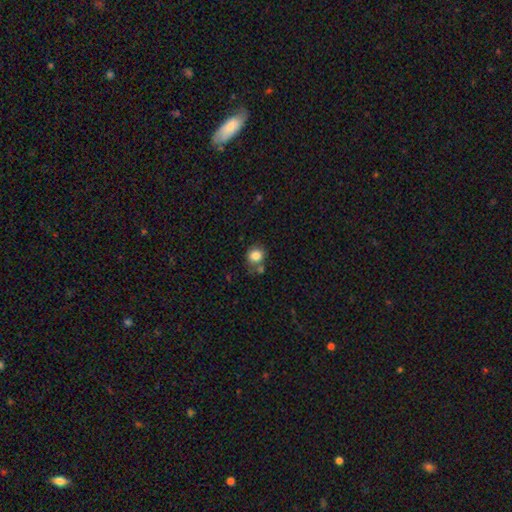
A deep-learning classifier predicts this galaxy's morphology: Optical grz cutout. It shows a smooth galaxy with no disk features (83%) that is round (80%). Merging: none (64%).